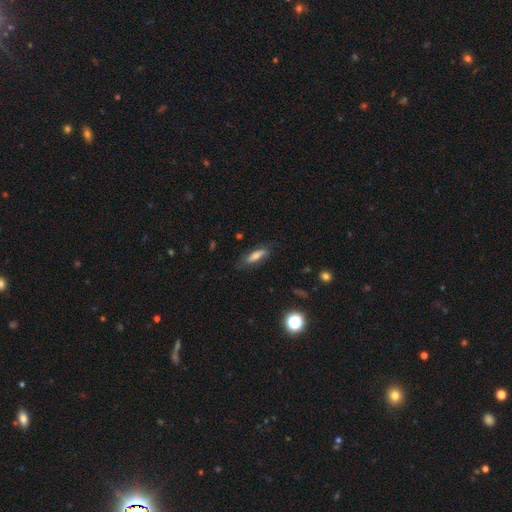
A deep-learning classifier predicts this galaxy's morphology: Q: Smooth or featured?
A: smooth (66%); runner-up: featured or disk (26%)
Q: How rounded?
A: cigar-shaped (54%); runner-up: in between (43%)
Q: Merging?
A: none (74%); runner-up: minor disturbance (20%)